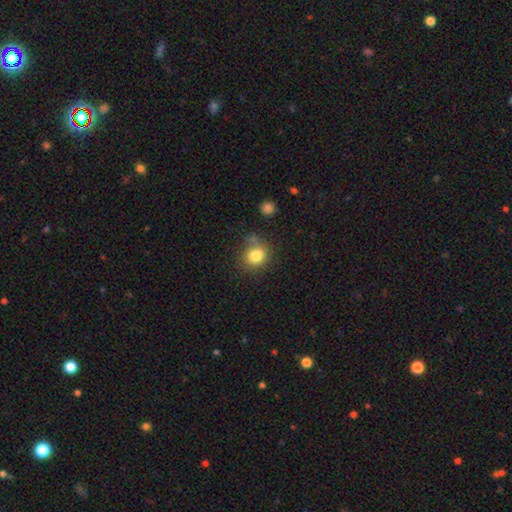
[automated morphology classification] smooth 82%, star or artifact 11%, featured or disk 7%. Down the decision tree: how rounded — round (69%); merging — none (66%).